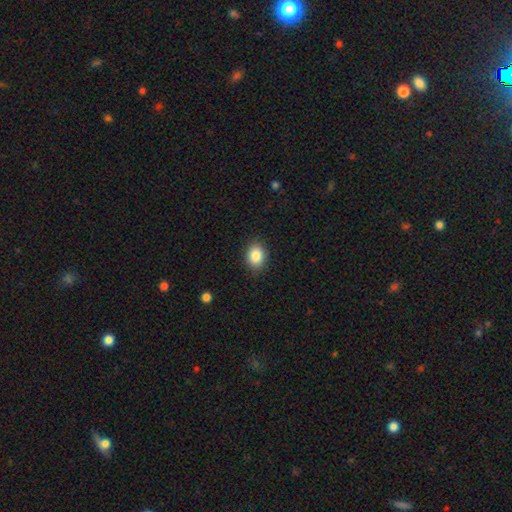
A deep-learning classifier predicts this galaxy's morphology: Smooth or featured?
  - smooth: 87% *
  - star or artifact: 8%
  - featured or disk: 5%
How rounded?
  - in between: 62% *
  - round: 37%
  - cigar-shaped: 1%
Merging?
  - none: 88% *
  - minor disturbance: 9%
  - major disturbance: 2%
  - merger: 1%